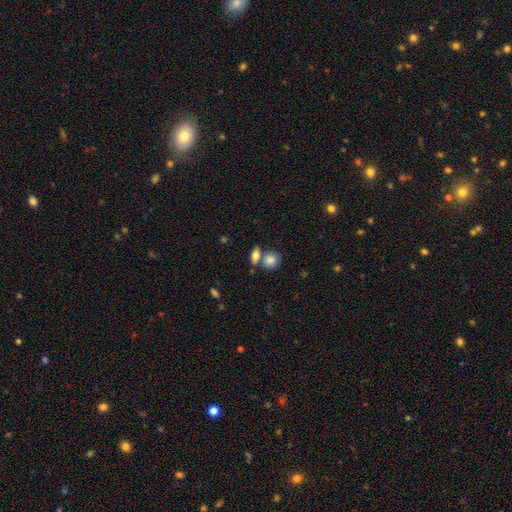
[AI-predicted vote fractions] This is likely a smooth galaxy (77%). How rounded: likely in between (65%). Merging: possibly none (56%).